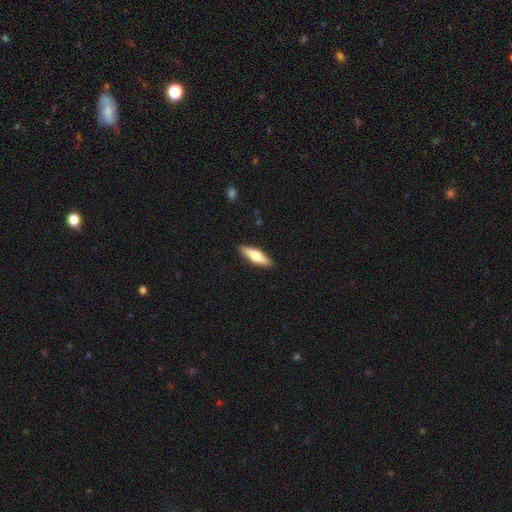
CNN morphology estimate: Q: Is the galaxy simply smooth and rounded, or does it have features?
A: smooth — 56%.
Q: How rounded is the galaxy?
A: cigar-shaped — 60%.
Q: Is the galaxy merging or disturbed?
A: none — 88%.